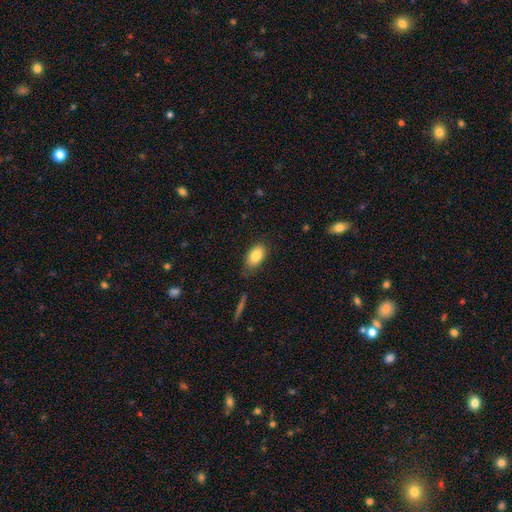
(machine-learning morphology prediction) Smooth or featured?
  - smooth: 84% *
  - featured or disk: 9%
  - star or artifact: 7%
How rounded?
  - in between: 91% *
  - round: 6%
  - cigar-shaped: 3%
Merging?
  - none: 76% *
  - minor disturbance: 18%
  - major disturbance: 4%
  - merger: 2%